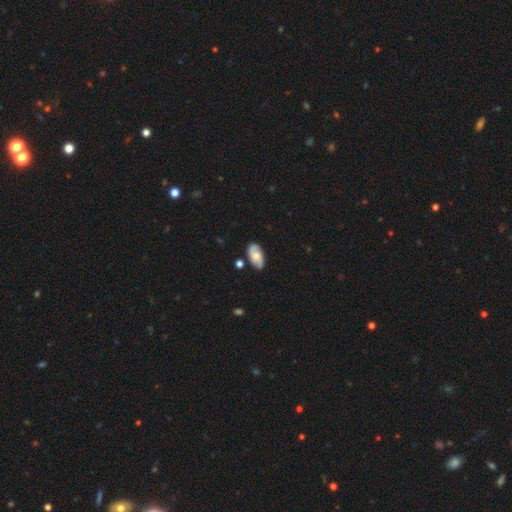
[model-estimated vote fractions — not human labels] A featured or disk galaxy (50%).

Vote fractions:
- Smooth or featured? featured or disk: 50% / smooth: 43% / star or artifact: 7%
- Merging? none: 77% / minor disturbance: 17% / major disturbance: 4% / merger: 3%